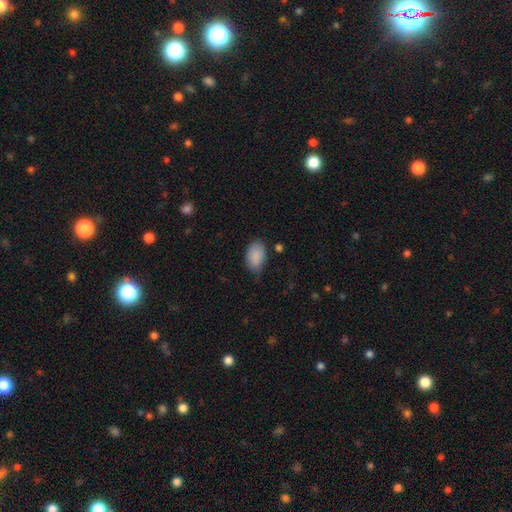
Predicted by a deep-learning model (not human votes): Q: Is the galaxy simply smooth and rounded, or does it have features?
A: smooth — 89%.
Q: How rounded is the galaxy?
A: in between — 91%.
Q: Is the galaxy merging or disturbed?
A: none — 69%.